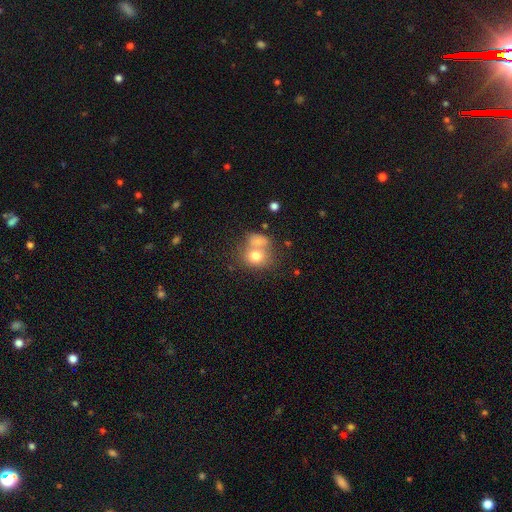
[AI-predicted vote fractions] A smooth galaxy with no disk features (74%) that is round (69%).

Vote fractions:
- Smooth or featured? smooth: 74% / featured or disk: 16% / star or artifact: 10%
- How rounded? round: 69% / in between: 30% / cigar-shaped: 1%
- Merging? merger: 49% / none: 35% / minor disturbance: 11% / major disturbance: 6%